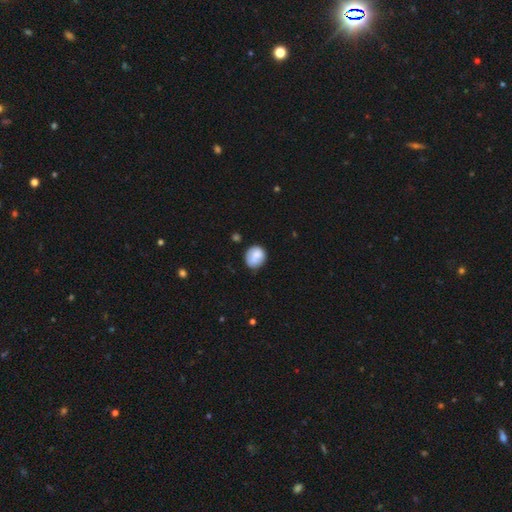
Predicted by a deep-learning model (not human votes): This appears to be a smooth galaxy with no disk features (76%) that is round (72%). Merging: none (67%).